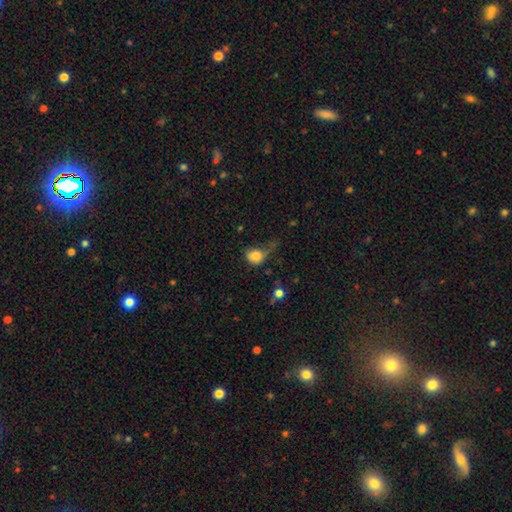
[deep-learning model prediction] Morphology: type=smooth (80%); roundness=round (56%); merging=major disturbance (37%).